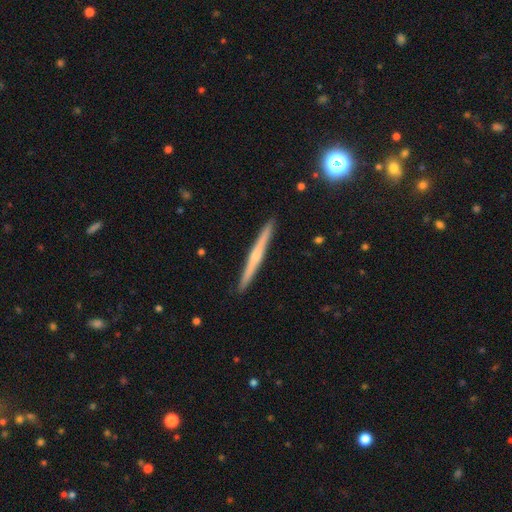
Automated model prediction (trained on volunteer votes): smooth-or-featured: featured or disk: 61% | smooth: 33% | star or artifact: 6%
  disk-edge-on: yes: 98% | no: 2%
    edge-on-bulge: none: 47% | rounded: 46% | boxy: 7%
  merging: none: 93% | minor disturbance: 5% | major disturbance: 1% | merger: 1%